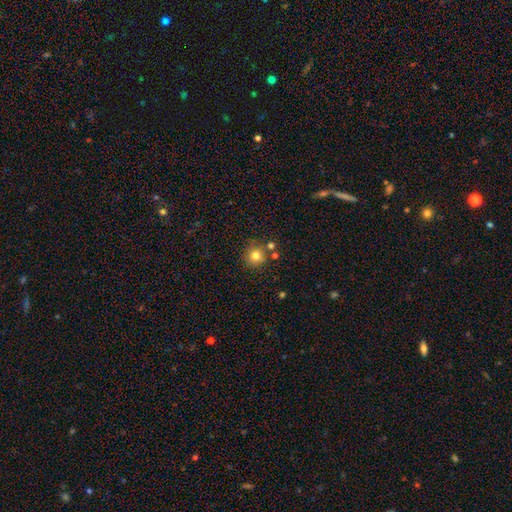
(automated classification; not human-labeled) Overall: smooth (80%). How rounded: round (93%). Merging: none (77%).